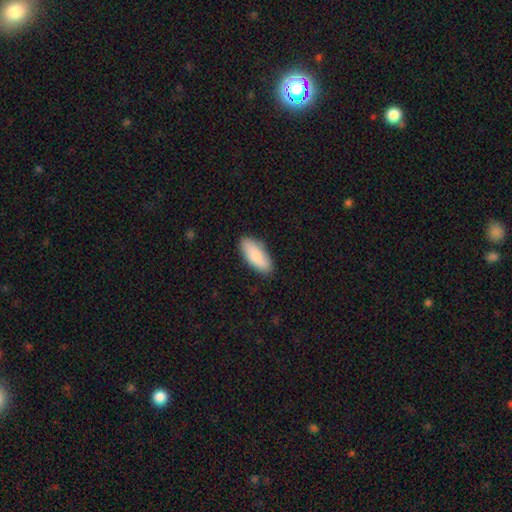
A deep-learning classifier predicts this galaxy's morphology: Smooth or featured? Predicted: smooth (p=0.85). How rounded? Predicted: in between (p=0.83). Merging? Predicted: none (p=0.86).